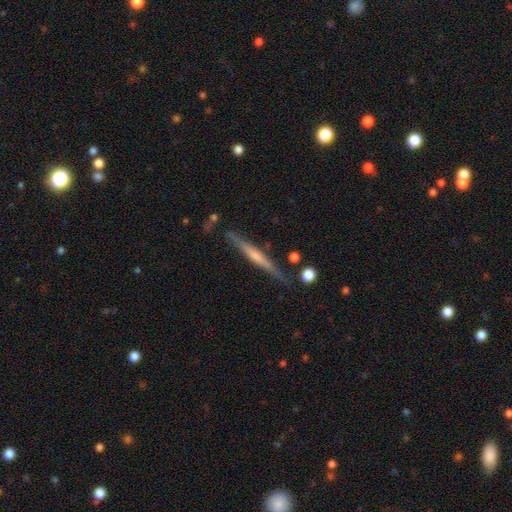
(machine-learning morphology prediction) A featured or disk galaxy (66%) viewed edge-on (97%) with no central bulge (44%). Merging: none (83%).